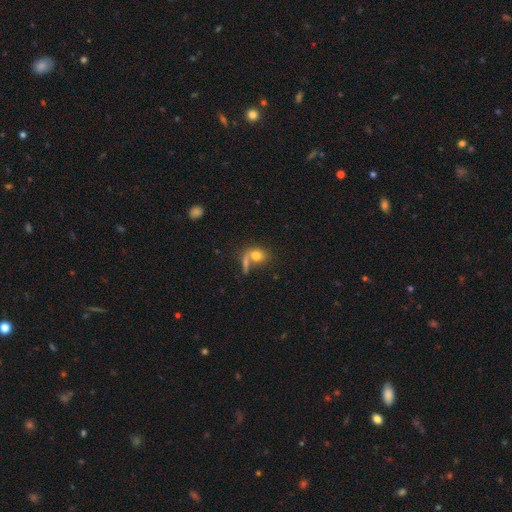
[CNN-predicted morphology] Overall: smooth (73%). How rounded: in between (54%; round 41%). Merging: none (42%; merger 34%).